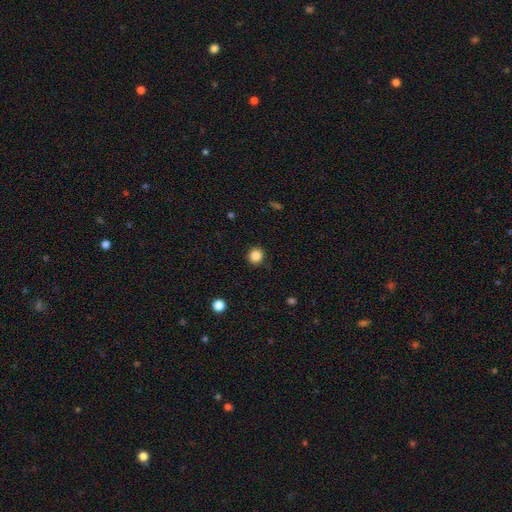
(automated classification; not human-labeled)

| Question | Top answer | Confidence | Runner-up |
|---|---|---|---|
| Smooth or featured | smooth | 86% | star or artifact (11%) |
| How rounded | round | 93% | in between (6%) |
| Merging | none | 91% | minor disturbance (6%) |